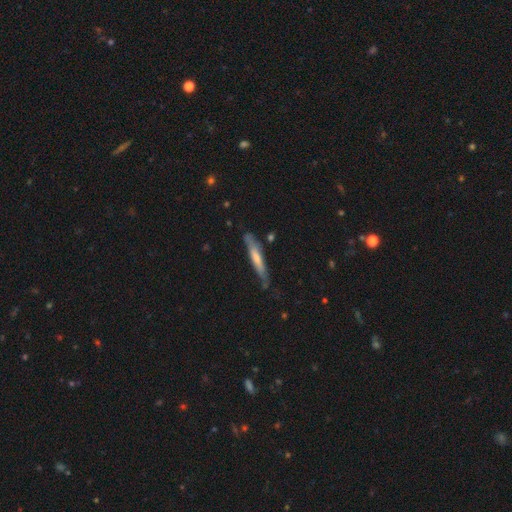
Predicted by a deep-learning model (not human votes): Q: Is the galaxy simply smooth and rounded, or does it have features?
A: smooth — 50%.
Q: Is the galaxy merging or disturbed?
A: none — 72%.